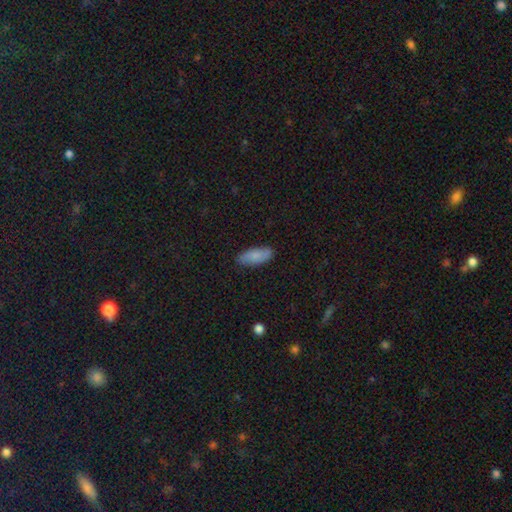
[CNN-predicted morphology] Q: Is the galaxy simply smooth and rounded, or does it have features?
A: smooth — 84%.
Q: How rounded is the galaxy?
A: in between — 76%.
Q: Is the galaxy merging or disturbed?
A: none — 86%.